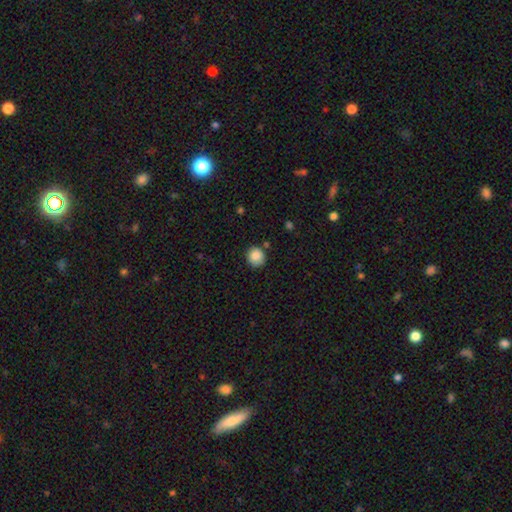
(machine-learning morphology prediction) The model was most divided on "merging": none: 81%, minor disturbance: 13%, merger: 4%, major disturbance: 3%. More confident: how rounded — round (87%); smooth or featured — smooth (86%).